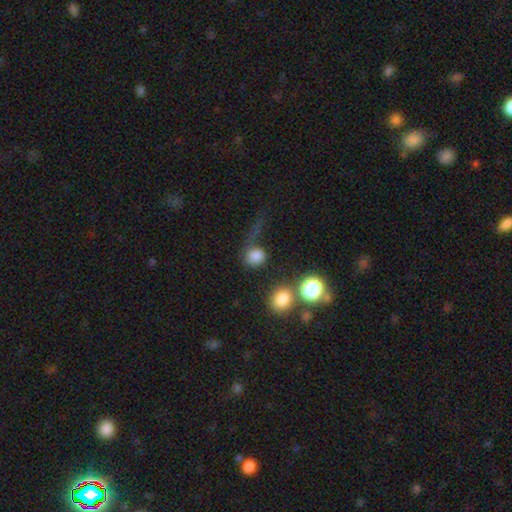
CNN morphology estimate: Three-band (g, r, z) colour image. It shows a smooth galaxy with no disk features (78%) that is round (80%). Merging: none (45%).